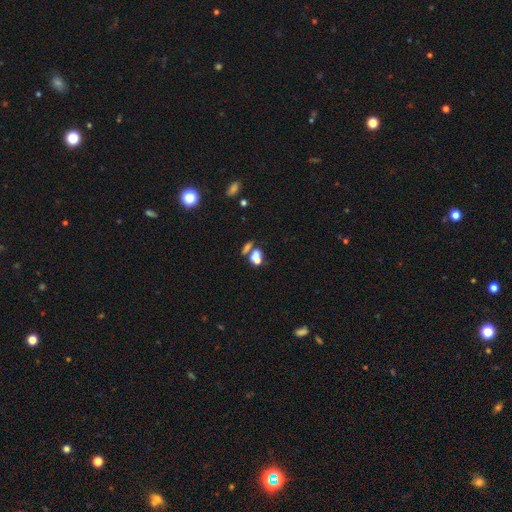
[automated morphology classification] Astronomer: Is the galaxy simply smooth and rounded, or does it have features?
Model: smooth — 68%.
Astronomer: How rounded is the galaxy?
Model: in between — 65%.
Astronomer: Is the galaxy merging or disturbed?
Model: merger — 49% (runner-up: none, 35%).